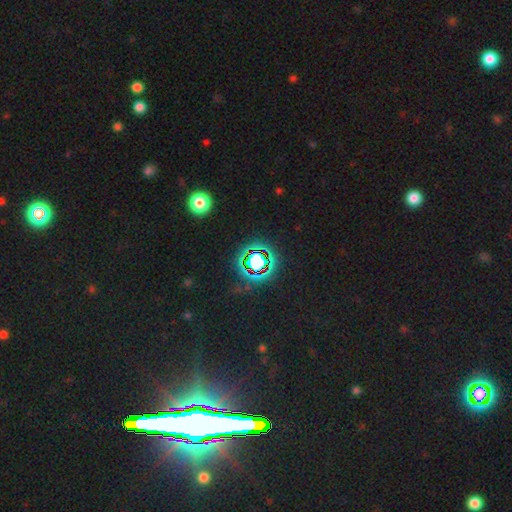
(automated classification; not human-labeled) A star or artifact, not a galaxy (77%).

Vote fractions:
- Smooth or featured? star or artifact: 77% / smooth: 13% / featured or disk: 10%